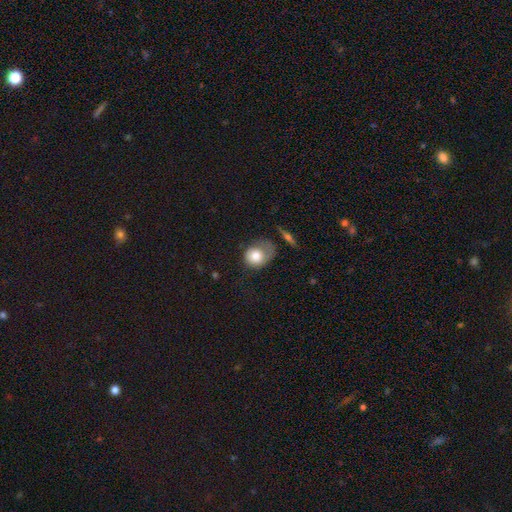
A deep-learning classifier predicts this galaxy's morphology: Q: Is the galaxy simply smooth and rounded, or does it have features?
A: smooth — 74%.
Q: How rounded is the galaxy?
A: round — 63%.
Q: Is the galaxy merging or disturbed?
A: major disturbance — 34%.